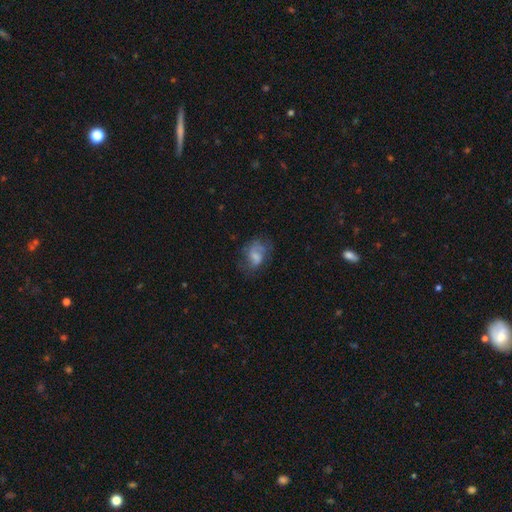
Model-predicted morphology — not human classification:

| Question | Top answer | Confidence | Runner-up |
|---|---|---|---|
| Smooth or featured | smooth | 48% | featured or disk (41%) |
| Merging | none | 45% | major disturbance (27%) |